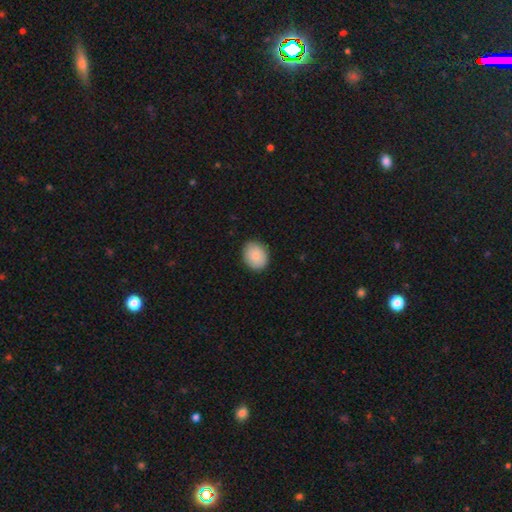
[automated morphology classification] Smooth or featured? Predicted: smooth (p=0.86). How rounded? Predicted: in between (p=0.55). Merging? Predicted: none (p=0.88).